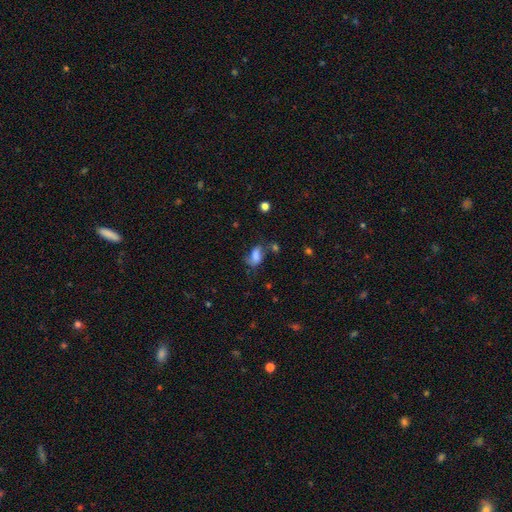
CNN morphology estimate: A smooth galaxy with no disk features (69%) that is in between round and cigar-shaped (86%). Merging: none (40%).